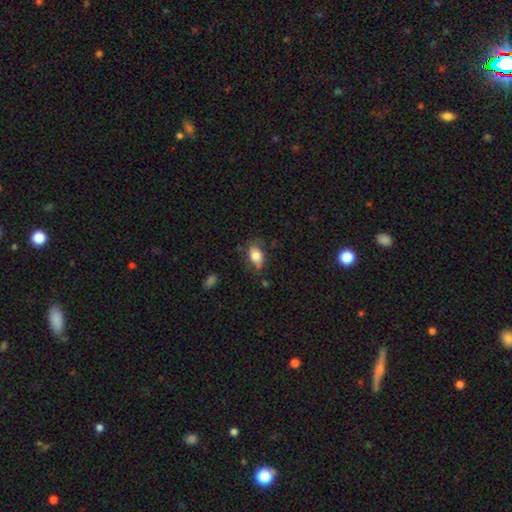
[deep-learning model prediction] Smooth or featured?
  - smooth: 76% *
  - featured or disk: 16%
  - star or artifact: 8%
How rounded?
  - in between: 84% *
  - round: 13%
  - cigar-shaped: 3%
Merging?
  - none: 57% *
  - minor disturbance: 30%
  - major disturbance: 11%
  - merger: 3%